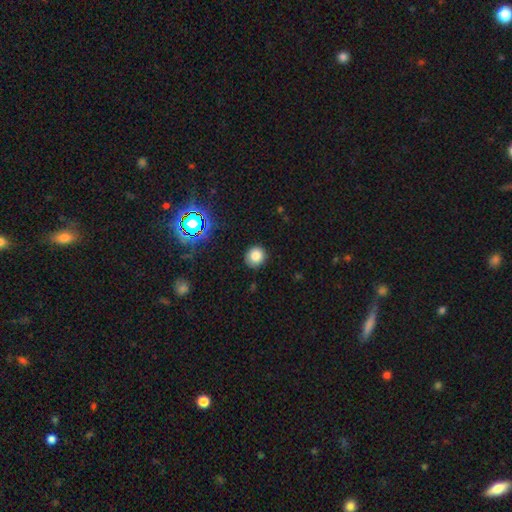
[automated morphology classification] Overall: smooth (81%). How rounded: round (88%). Merging: none (87%).